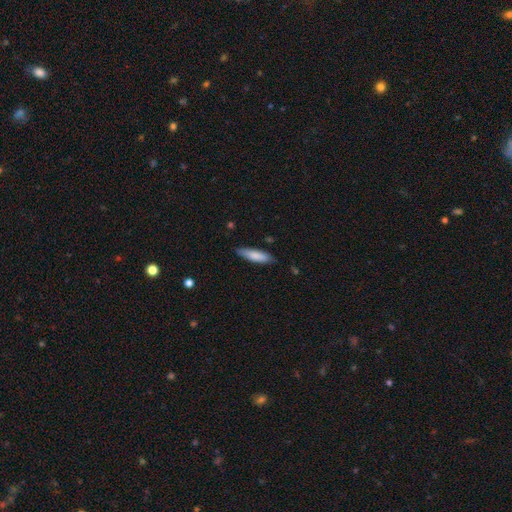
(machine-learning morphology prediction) The model was most divided on "how rounded": cigar-shaped: 66%, in between: 33%, round: 1%. More confident: merging — none (82%); smooth or featured — smooth (80%).